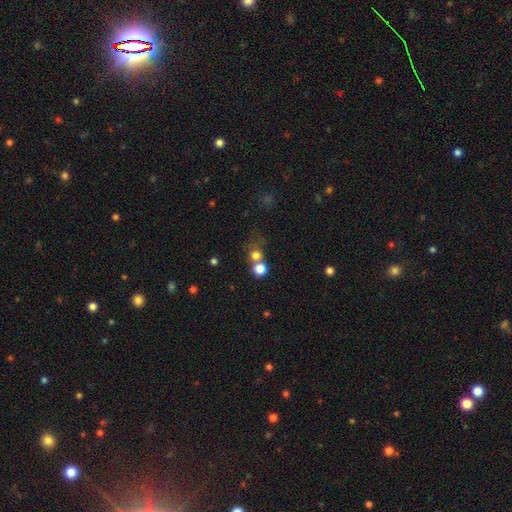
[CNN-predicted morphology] This appears to be a smooth galaxy with no disk features (73%) that is round (84%). Merging: none (46%).